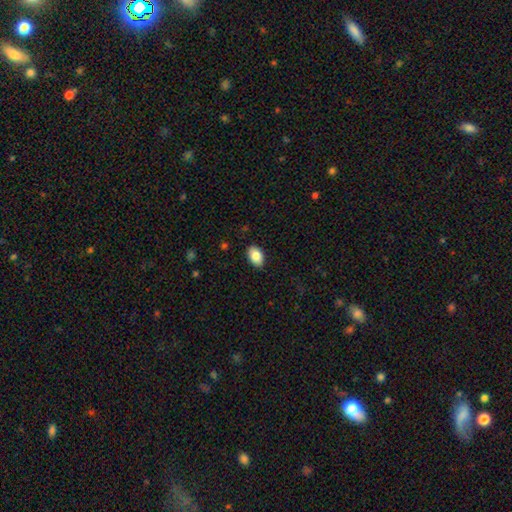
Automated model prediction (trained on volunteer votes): smooth-or-featured: smooth: 84% | featured or disk: 9% | star or artifact: 7%
  how-rounded: in between: 89% | round: 10% | cigar-shaped: 1%
  merging: none: 88% | minor disturbance: 9% | major disturbance: 2% | merger: 1%